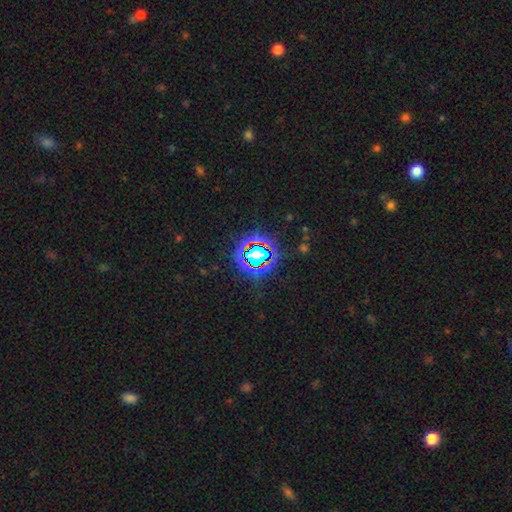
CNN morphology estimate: A star or artifact, not a galaxy (70%).